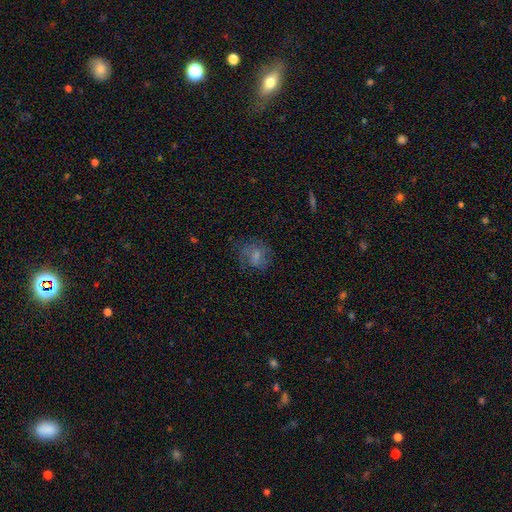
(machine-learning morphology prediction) A smooth galaxy with no disk features (53%) that is round (58%). Merging: none (56%).